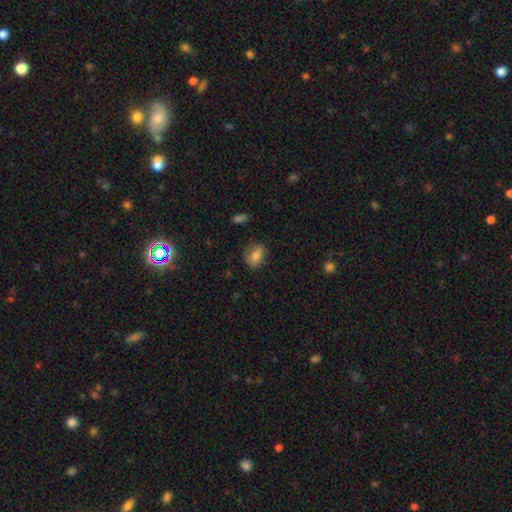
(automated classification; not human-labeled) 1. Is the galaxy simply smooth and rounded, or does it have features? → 79% smooth, 12% featured or disk, 9% star or artifact.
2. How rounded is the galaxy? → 68% in between, 30% round, 2% cigar-shaped.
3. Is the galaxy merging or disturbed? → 72% none, 21% minor disturbance, 6% major disturbance, 1% merger.